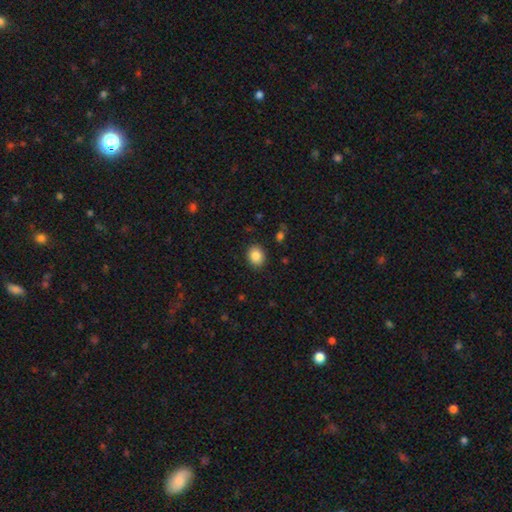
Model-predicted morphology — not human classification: Smooth or featured? Predicted: smooth (p=0.86). How rounded? Predicted: round (p=0.54). Merging? Predicted: none (p=0.89).